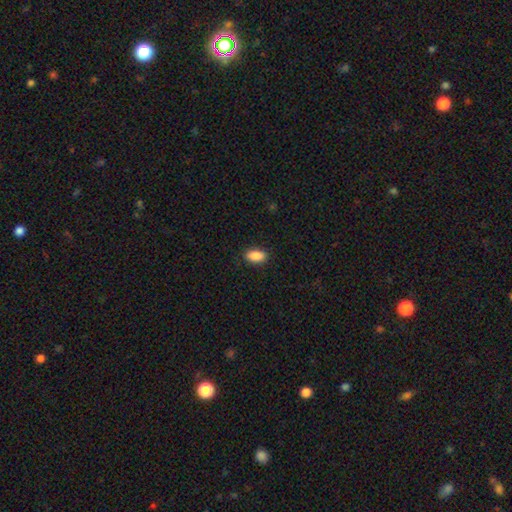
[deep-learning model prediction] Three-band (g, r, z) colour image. It shows a smooth galaxy with no disk features (89%) that is in between round and cigar-shaped (92%). Merging: none (89%).